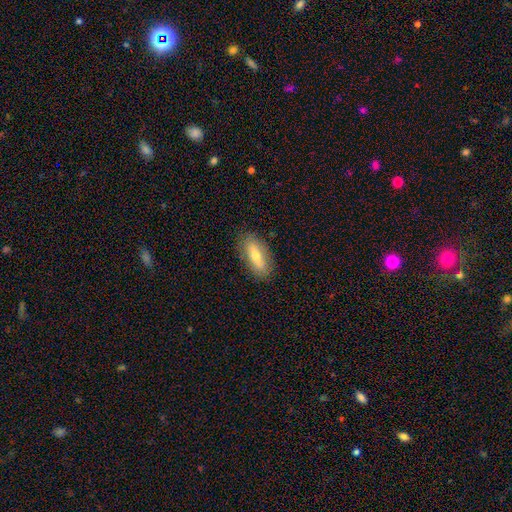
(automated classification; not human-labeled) The model was most divided on "smooth or featured": smooth: 62%, featured or disk: 32%, star or artifact: 7%. More confident: merging — none (86%); how rounded — in between (73%).